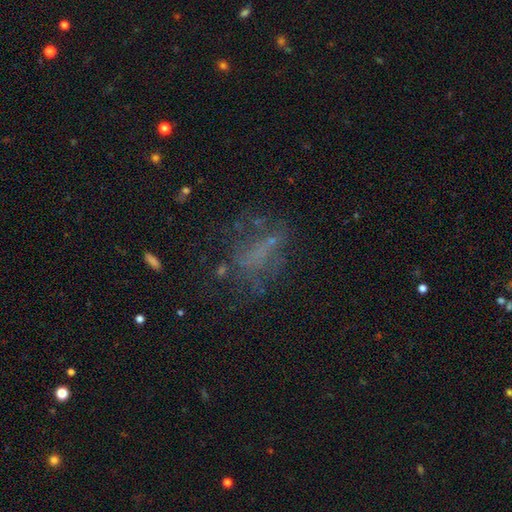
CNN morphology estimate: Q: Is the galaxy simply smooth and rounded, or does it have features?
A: featured or disk — 35%.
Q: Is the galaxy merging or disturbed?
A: none — 54%.